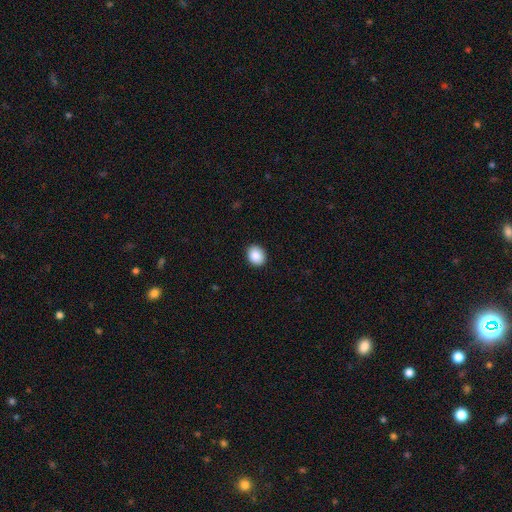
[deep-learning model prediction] Q: Smooth or featured?
A: smooth (88%); runner-up: star or artifact (8%)
Q: How rounded?
A: round (58%); runner-up: in between (41%)
Q: Merging?
A: none (91%); runner-up: minor disturbance (6%)